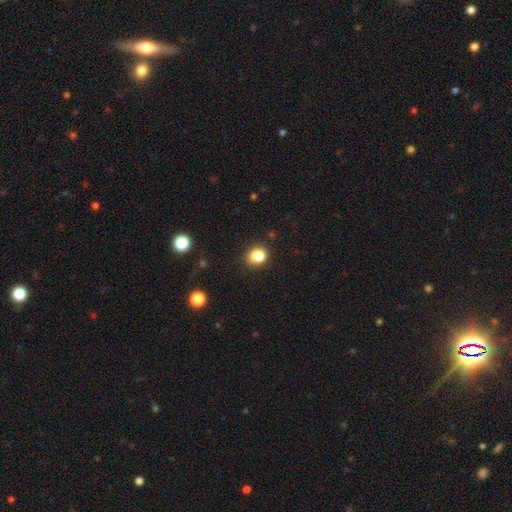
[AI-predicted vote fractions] This is clearly a smooth galaxy (82%). How rounded: likely round (64%). Merging: clearly none (81%).